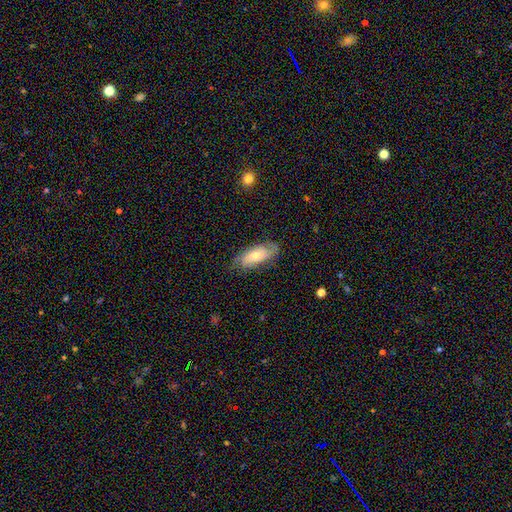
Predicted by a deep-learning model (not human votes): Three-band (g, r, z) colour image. It shows a smooth galaxy with no disk features (54%) that is in between round and cigar-shaped (80%). Merging: none (72%).